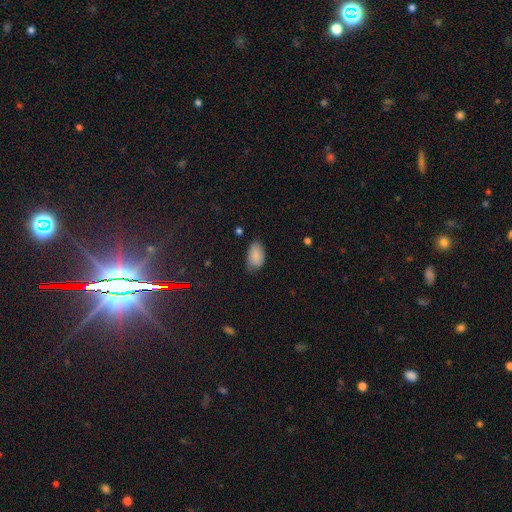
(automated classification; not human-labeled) Smooth or featured? Predicted: smooth (p=0.85). How rounded? Predicted: in between (p=0.93). Merging? Predicted: none (p=0.65).